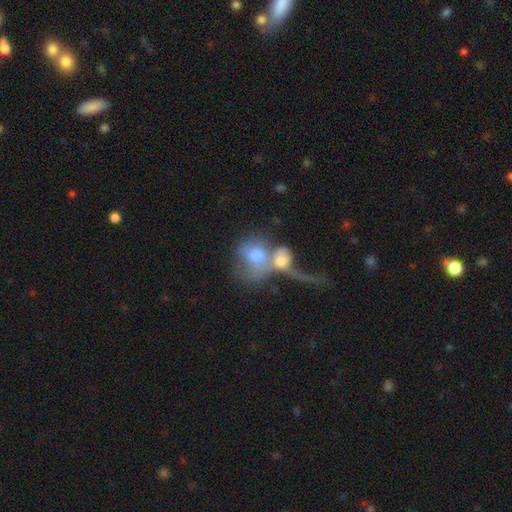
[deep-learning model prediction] smooth_or_featured: smooth (p=0.52) [alt: featured or disk p=0.38]
how_rounded: in between (p=0.52) [alt: round p=0.46]
merging: merger (p=0.68) [alt: major disturbance p=0.19]